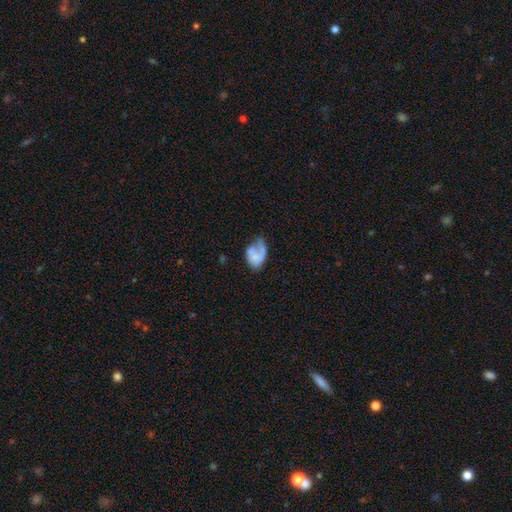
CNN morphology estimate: type=smooth (50%); merging=major disturbance (36%).